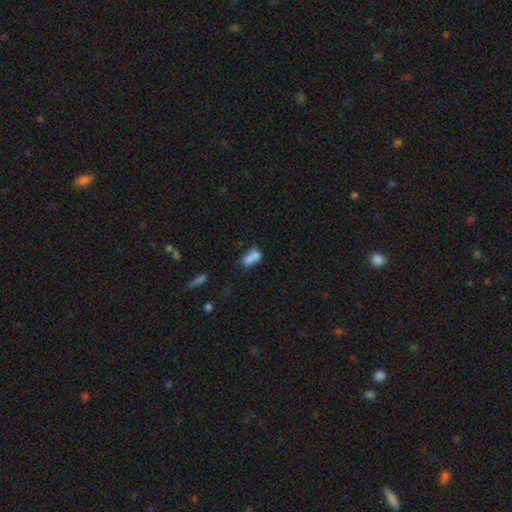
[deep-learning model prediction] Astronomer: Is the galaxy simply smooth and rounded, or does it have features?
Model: smooth — 72%.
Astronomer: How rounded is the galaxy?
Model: in between — 77%.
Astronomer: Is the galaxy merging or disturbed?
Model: merger — 55%.